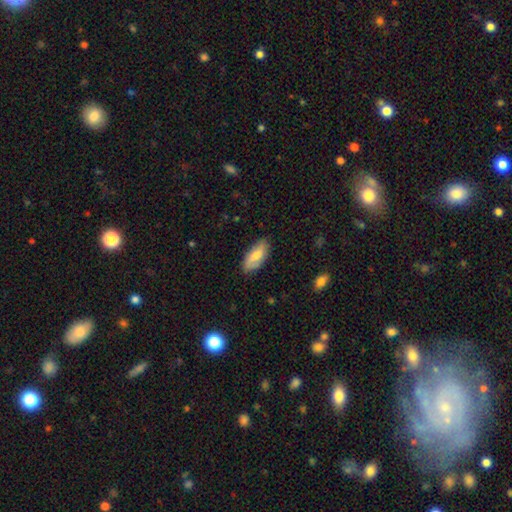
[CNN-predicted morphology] This is likely a smooth galaxy (69%). How rounded: clearly in between (88%). Merging: clearly none (81%).